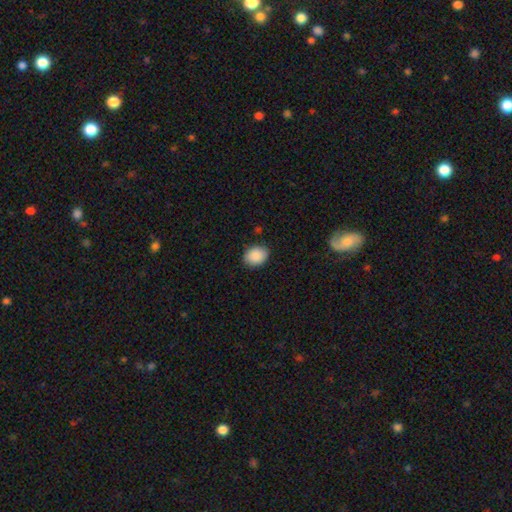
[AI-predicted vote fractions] A smooth galaxy with no disk features (89%) that is in between round and cigar-shaped (58%). Merging: none (84%).